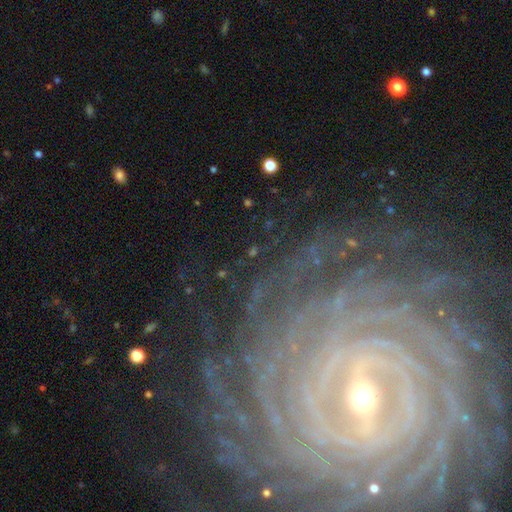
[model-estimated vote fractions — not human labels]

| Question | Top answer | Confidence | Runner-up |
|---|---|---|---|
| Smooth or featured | featured or disk | 88% | star or artifact (7%) |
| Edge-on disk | no | 97% | yes (3%) |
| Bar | strong | 47% | weak (36%) |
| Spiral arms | yes | 97% | no (3%) |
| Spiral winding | tight | 88% | medium (9%) |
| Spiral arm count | more than 4 | 45% | can't tell (16%) |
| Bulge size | small | 66% | moderate (30%) |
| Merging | none | 83% | minor disturbance (10%) |